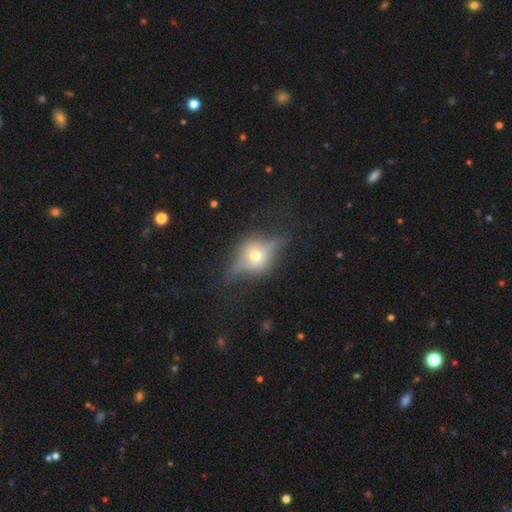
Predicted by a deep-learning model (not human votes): Smooth or featured: featured or disk — 65% (smooth — 25%)
Edge-on disk: yes — 82% (no — 18%)
Edge-on bulge: rounded — 94% (boxy — 5%)
Merging: none — 64% (minor disturbance — 21%)